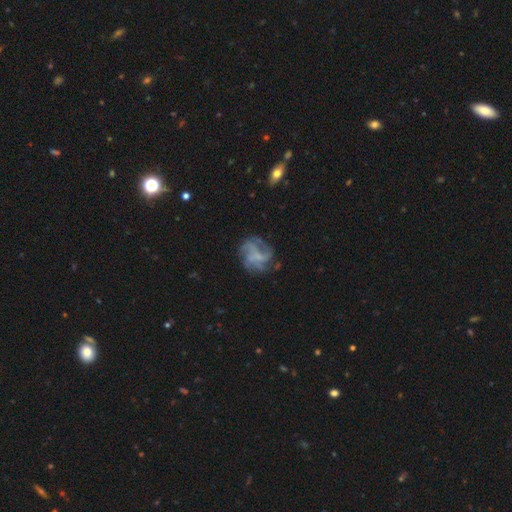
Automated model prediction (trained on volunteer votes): The model was most divided on "bulge size": none: 40%, small: 37%, moderate: 19%, large: 3%, dominant: 1%. Remaining: edge-on disk — no (98%); spiral arms — yes (87%); smooth or featured — featured or disk (73%); merging — none (67%); bar — no (63%); spiral winding — medium (43%); spiral arm count — 4 (31%).